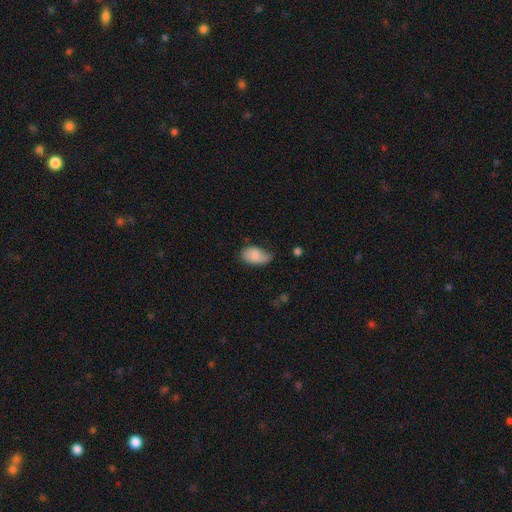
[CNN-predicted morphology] Smooth or featured?
  - smooth: 79% *
  - featured or disk: 14%
  - star or artifact: 7%
How rounded?
  - in between: 91% *
  - round: 7%
  - cigar-shaped: 2%
Merging?
  - none: 45% *
  - minor disturbance: 42%
  - major disturbance: 11%
  - merger: 2%